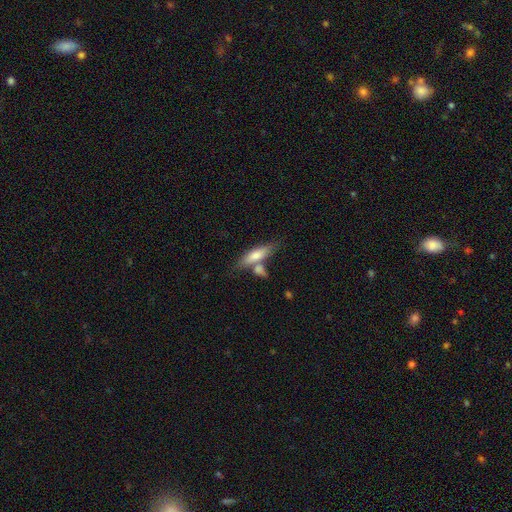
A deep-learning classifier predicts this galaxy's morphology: Smooth or featured? smooth (69%)
How rounded? cigar-shaped (55%)
Merging? none (52%)